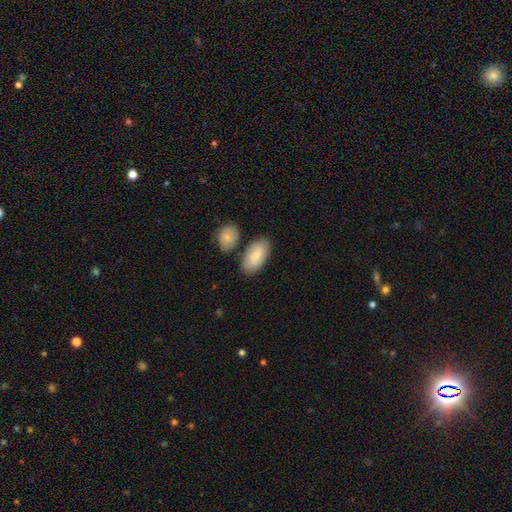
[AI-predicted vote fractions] Smooth or featured? Predicted: smooth (p=0.81). How rounded? Predicted: in between (p=0.95). Merging? Predicted: none (p=0.74).